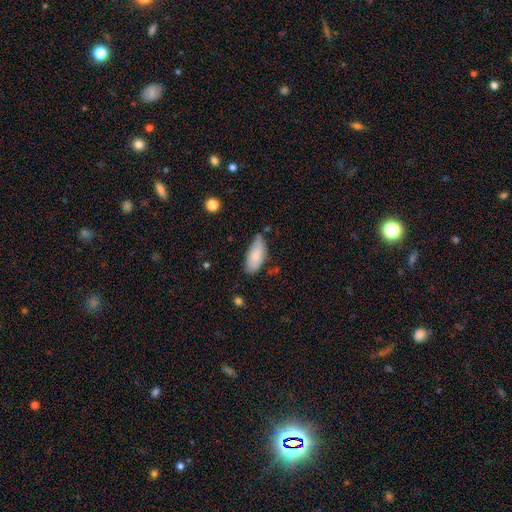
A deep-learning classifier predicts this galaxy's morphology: The model was most divided on "merging": none: 57%, minor disturbance: 33%, major disturbance: 6%, merger: 4%. More confident: how rounded — in between (86%); smooth or featured — smooth (80%).